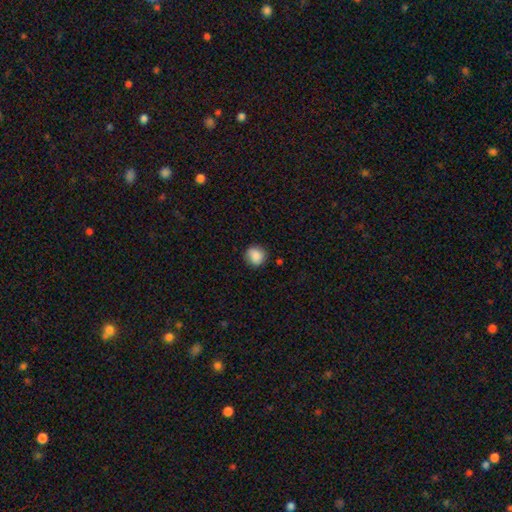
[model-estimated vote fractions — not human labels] A smooth galaxy with no disk features (87%) that is round (87%).

Vote fractions:
- Smooth or featured? smooth: 87% / star or artifact: 8% / featured or disk: 4%
- How rounded? round: 87% / in between: 12% / cigar-shaped: 1%
- Merging? none: 84% / minor disturbance: 12% / major disturbance: 3% / merger: 1%